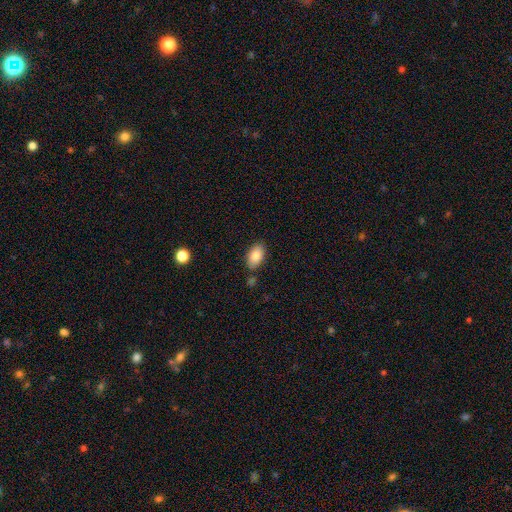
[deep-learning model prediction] Overall: smooth (86%). How rounded: in between (92%). Merging: none (77%).